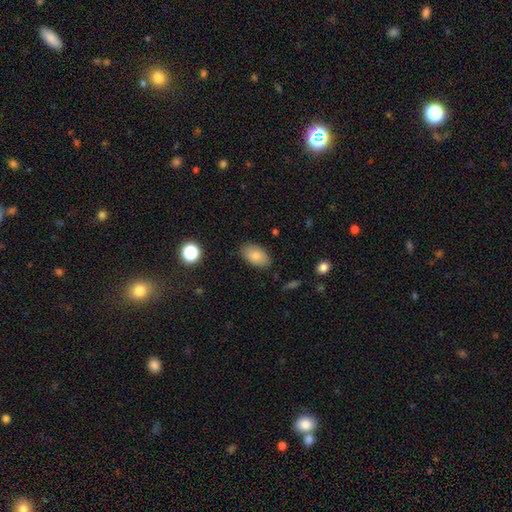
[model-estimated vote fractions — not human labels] Smooth or featured: smooth — 82% (featured or disk — 9%)
How rounded: in between — 92% (round — 6%)
Merging: none — 85% (minor disturbance — 11%)